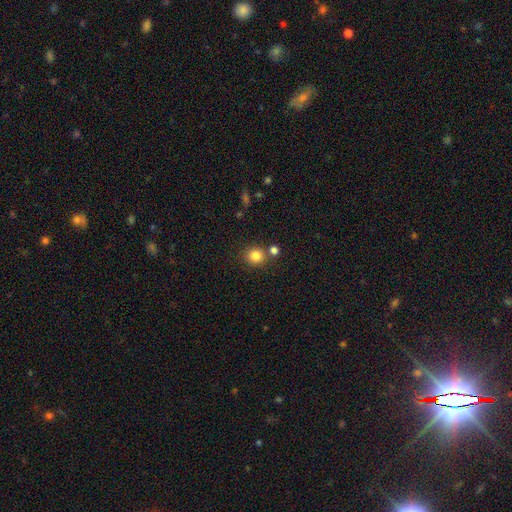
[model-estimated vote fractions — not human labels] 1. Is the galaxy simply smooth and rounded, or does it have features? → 83% smooth, 12% star or artifact, 5% featured or disk.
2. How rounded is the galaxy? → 86% round, 13% in between, 1% cigar-shaped.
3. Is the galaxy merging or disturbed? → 76% none, 13% merger, 8% minor disturbance, 3% major disturbance.